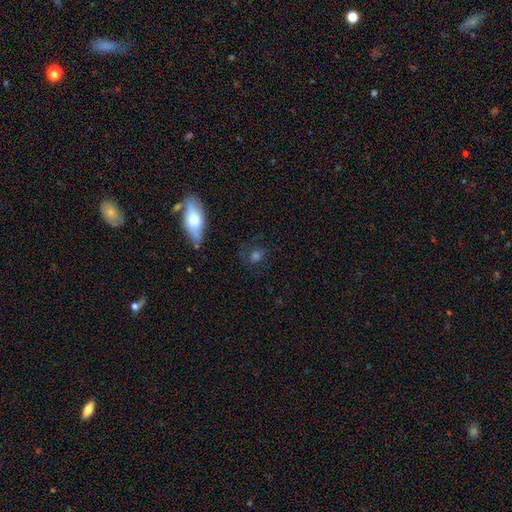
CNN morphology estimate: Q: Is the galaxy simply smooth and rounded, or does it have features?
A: smooth — 57%.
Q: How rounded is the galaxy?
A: round — 53%.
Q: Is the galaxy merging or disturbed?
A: none — 71%.